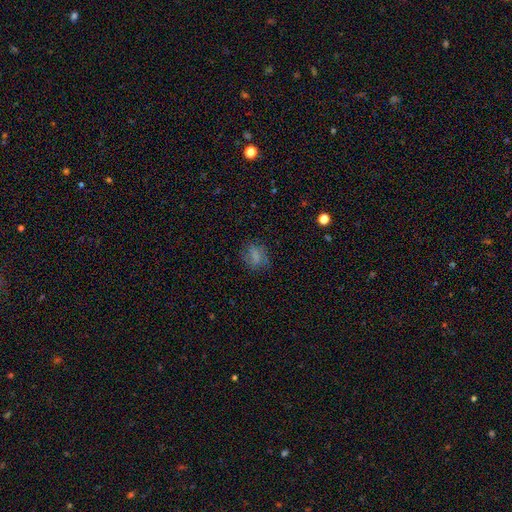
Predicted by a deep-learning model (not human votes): Smooth or featured? smooth (71%)
How rounded? in between (53%)
Merging? none (74%)